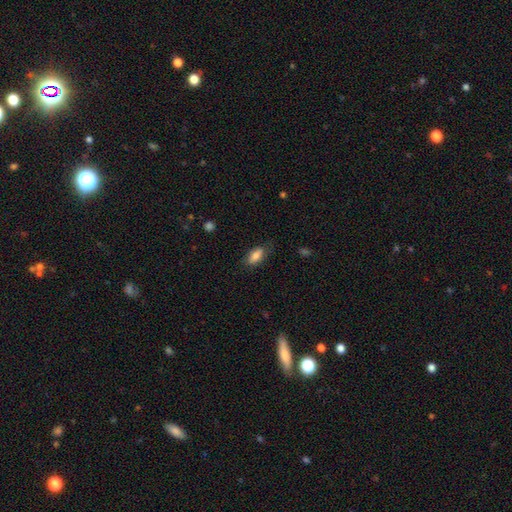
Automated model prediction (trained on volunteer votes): Overall: smooth (79%). How rounded: in between (87%). Merging: none (73%).